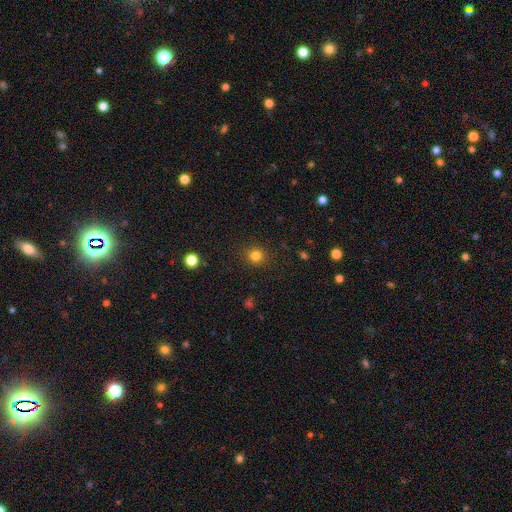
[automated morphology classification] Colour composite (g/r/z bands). It shows a smooth galaxy with no disk features (82%) that is round (90%). Merging: none (90%).